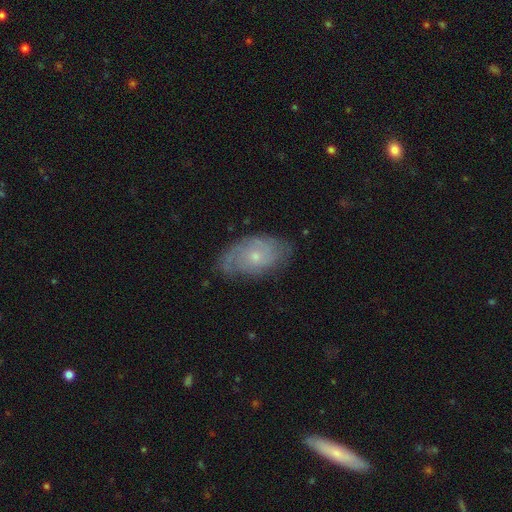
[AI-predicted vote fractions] Smooth or featured? featured or disk (68%)
Edge-on disk? no (94%)
Bar? no (81%)
Spiral arms? yes (85%)
Spiral winding? tight (56%)
Spiral arm count? can't tell (45%)
Bulge size? small (67%)
Merging? none (68%)